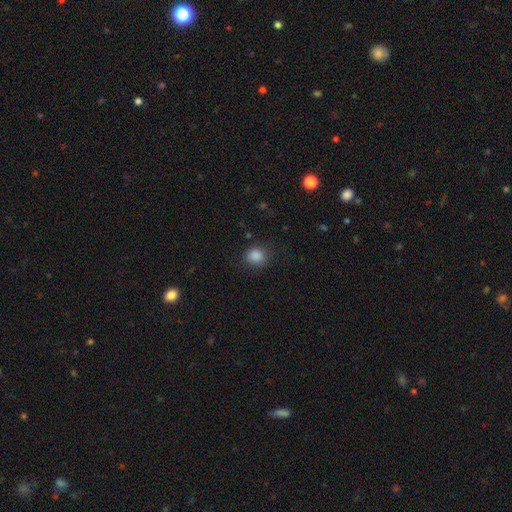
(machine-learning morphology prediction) Overall: smooth (86%). How rounded: round (79%). Merging: none (84%).